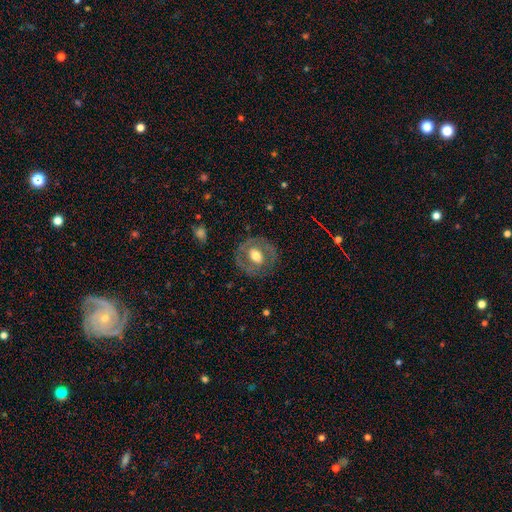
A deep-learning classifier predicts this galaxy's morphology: Q: Smooth or featured?
A: featured or disk (54%); runner-up: smooth (40%)
Q: Edge-on disk?
A: no (95%); runner-up: yes (5%)
Q: Bar?
A: no (58%); runner-up: weak (28%)
Q: Spiral arms?
A: no (77%); runner-up: yes (23%)
Q: Bulge size?
A: moderate (62%); runner-up: large (26%)
Q: Merging?
A: none (78%); runner-up: minor disturbance (13%)